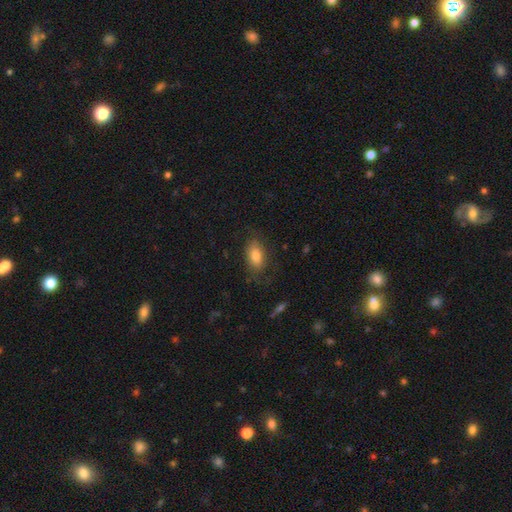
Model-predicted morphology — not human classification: smooth-or-featured: smooth: 77% | featured or disk: 15% | star or artifact: 8%
  how-rounded: in between: 89% | round: 7% | cigar-shaped: 4%
  merging: none: 71% | minor disturbance: 19% | major disturbance: 9% | merger: 1%